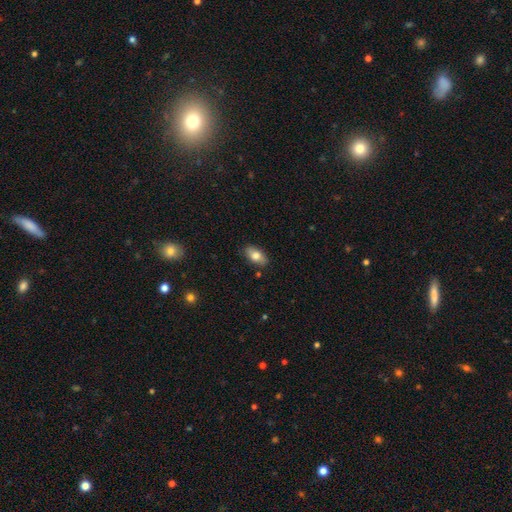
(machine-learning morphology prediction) smooth 77%, featured or disk 16%, star or artifact 7%. Down the decision tree: how rounded — in between (91%); merging — none (86%).